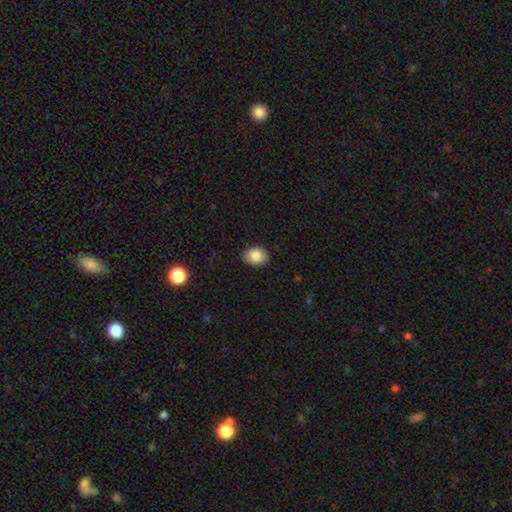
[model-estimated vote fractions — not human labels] Q: Smooth or featured?
A: smooth (86%); runner-up: star or artifact (8%)
Q: How rounded?
A: in between (72%); runner-up: round (27%)
Q: Merging?
A: none (88%); runner-up: minor disturbance (9%)